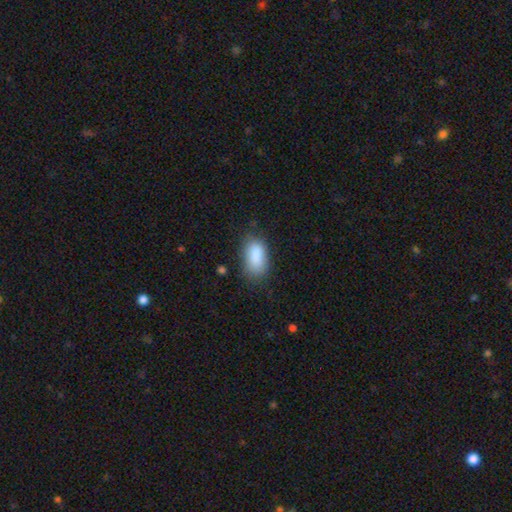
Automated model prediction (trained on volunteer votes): Smooth or featured? smooth (87%)
How rounded? in between (92%)
Merging? none (71%)